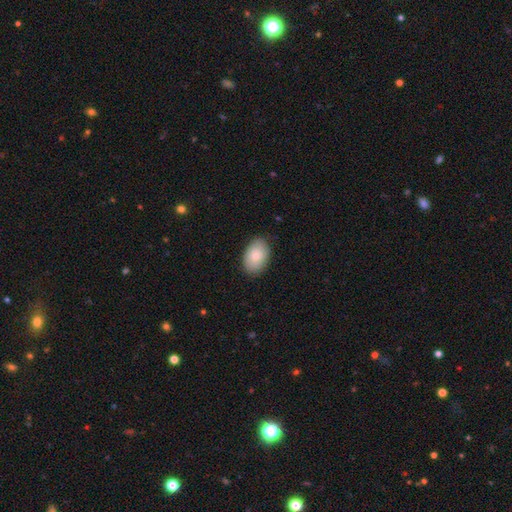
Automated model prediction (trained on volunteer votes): smooth-or-featured: smooth: 83% | featured or disk: 11% | star or artifact: 6%
  how-rounded: in between: 88% | round: 11% | cigar-shaped: 1%
  merging: none: 86% | minor disturbance: 11% | major disturbance: 2% | merger: 1%